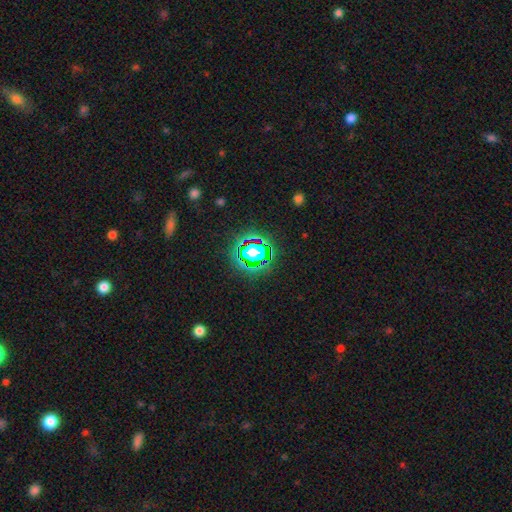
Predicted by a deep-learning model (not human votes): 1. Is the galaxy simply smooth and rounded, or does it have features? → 63% star or artifact, 24% smooth, 13% featured or disk.